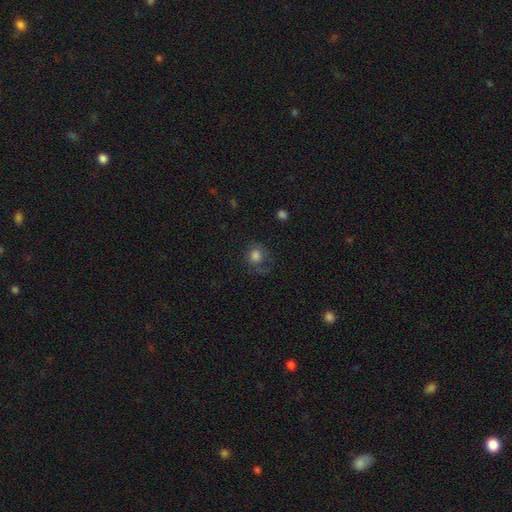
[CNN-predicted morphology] Q: Smooth or featured?
A: smooth (78%); runner-up: star or artifact (11%)
Q: How rounded?
A: round (80%); runner-up: in between (19%)
Q: Merging?
A: none (53%); runner-up: major disturbance (23%)